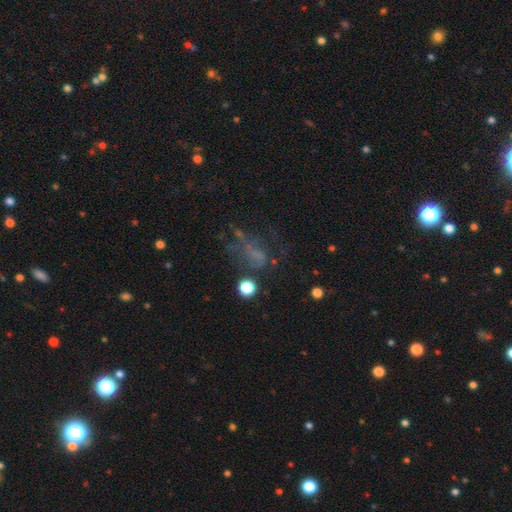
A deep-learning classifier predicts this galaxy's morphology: smooth 43%, star or artifact 30%, featured or disk 28%. Down the decision tree: merging — none (38%).